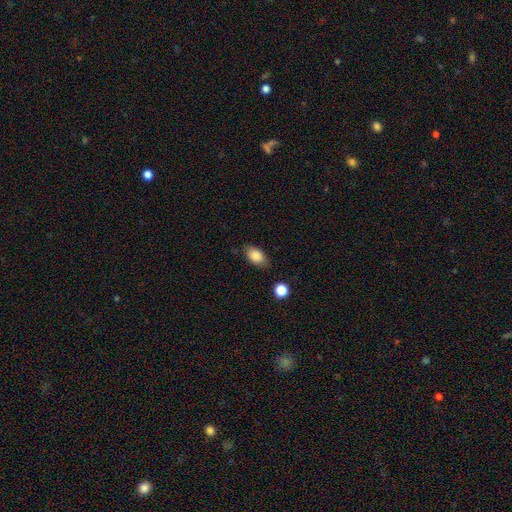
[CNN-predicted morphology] Smooth or featured?
  - smooth: 85% *
  - star or artifact: 8%
  - featured or disk: 7%
How rounded?
  - in between: 89% *
  - round: 9%
  - cigar-shaped: 2%
Merging?
  - none: 78% *
  - minor disturbance: 15%
  - major disturbance: 4%
  - merger: 3%